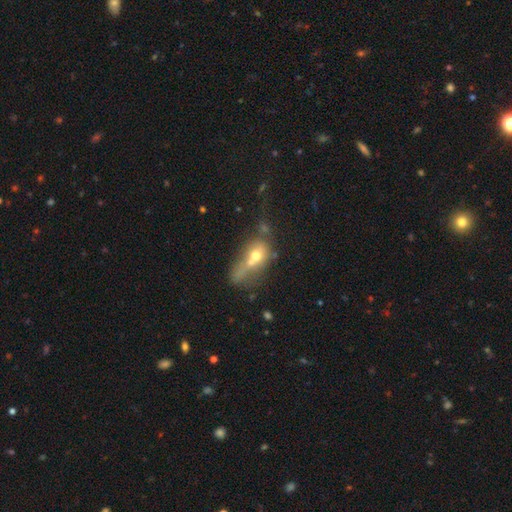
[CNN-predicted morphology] type=smooth (55%); roundness=in between (59%); merging=merger (48%).